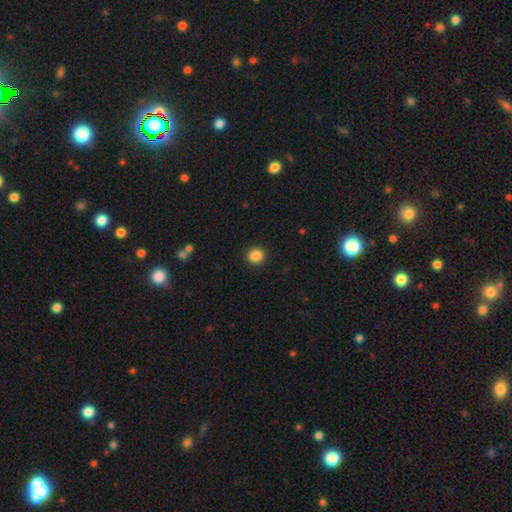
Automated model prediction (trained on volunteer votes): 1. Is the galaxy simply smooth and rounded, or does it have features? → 86% smooth, 10% star or artifact, 3% featured or disk.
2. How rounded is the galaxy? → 92% round, 8% in between, 1% cigar-shaped.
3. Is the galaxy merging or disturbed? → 92% none, 5% minor disturbance, 2% major disturbance, 1% merger.